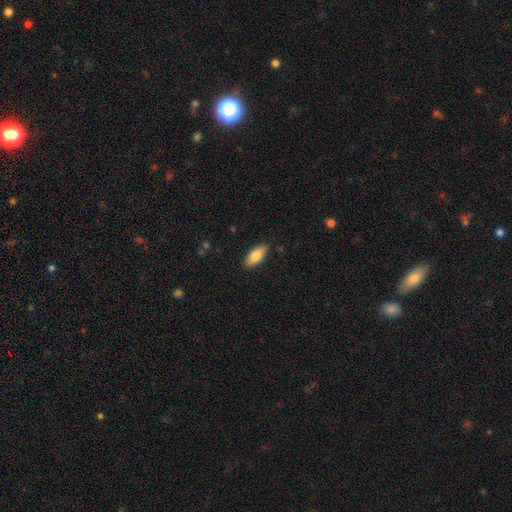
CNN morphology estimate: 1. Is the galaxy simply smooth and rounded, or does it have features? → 78% smooth, 15% featured or disk, 6% star or artifact.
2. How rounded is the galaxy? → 84% in between, 13% cigar-shaped, 2% round.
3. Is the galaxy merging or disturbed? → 87% none, 10% minor disturbance, 2% major disturbance, 1% merger.